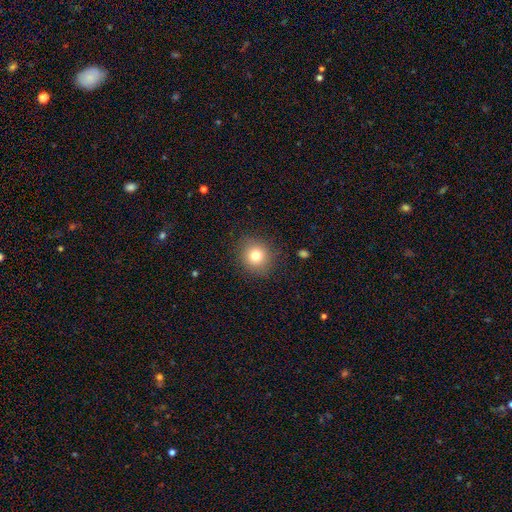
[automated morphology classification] Q: Smooth or featured?
A: smooth (78%); runner-up: star or artifact (12%)
Q: How rounded?
A: round (83%); runner-up: in between (16%)
Q: Merging?
A: none (87%); runner-up: minor disturbance (9%)